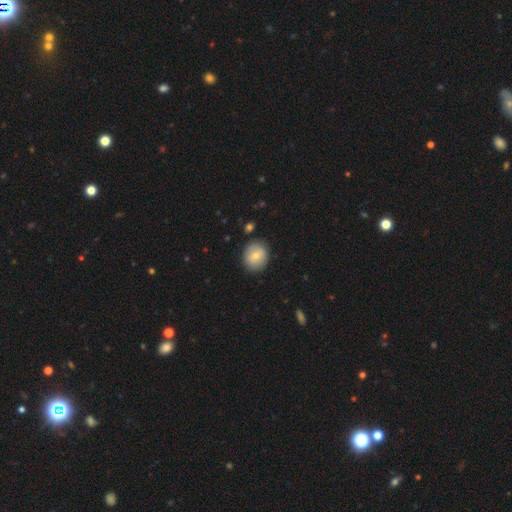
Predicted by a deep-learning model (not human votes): Morphology: type=smooth (69%); roundness=round (75%); merging=none (87%).